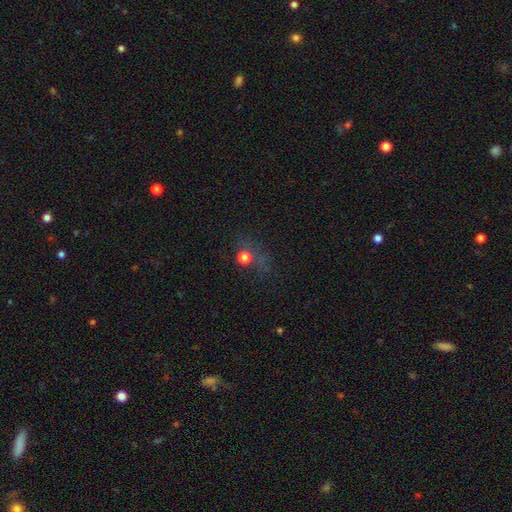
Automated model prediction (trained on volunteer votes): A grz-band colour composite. It shows a star or artifact, not a galaxy (44%).